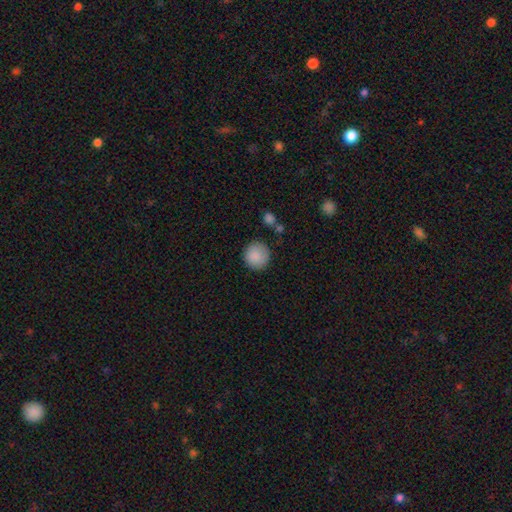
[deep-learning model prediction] smooth 89%, star or artifact 7%, featured or disk 4%. Down the decision tree: how rounded — round (94%); merging — none (85%).